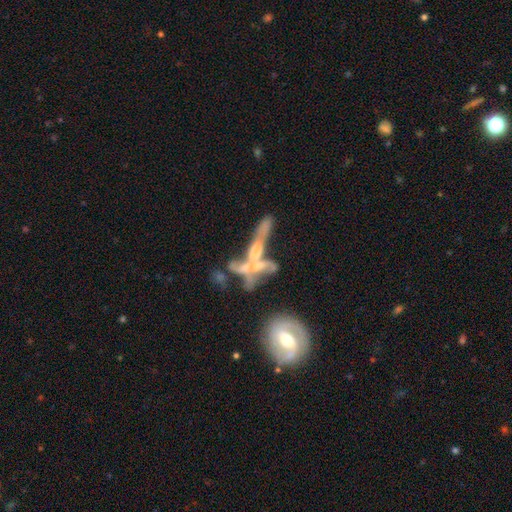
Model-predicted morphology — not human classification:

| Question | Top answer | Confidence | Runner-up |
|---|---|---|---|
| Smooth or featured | featured or disk | 65% | smooth (21%) |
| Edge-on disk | no | 67% | yes (33%) |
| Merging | merger | 53% | major disturbance (20%) |